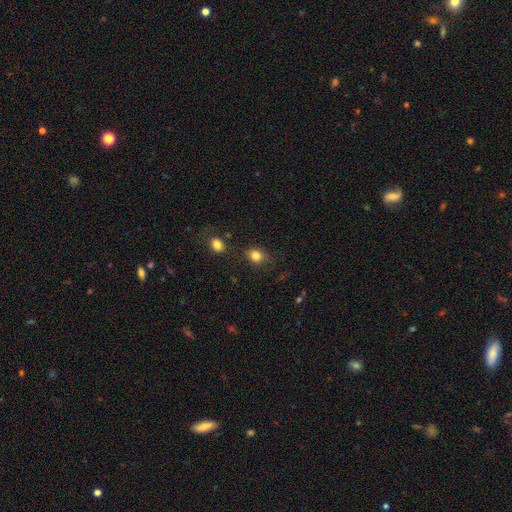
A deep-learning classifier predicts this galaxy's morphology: smooth_or_featured: smooth (p=0.83) [alt: star or artifact p=0.11]
how_rounded: round (p=0.61) [alt: in between p=0.38]
merging: none (p=0.77) [alt: minor disturbance p=0.14]